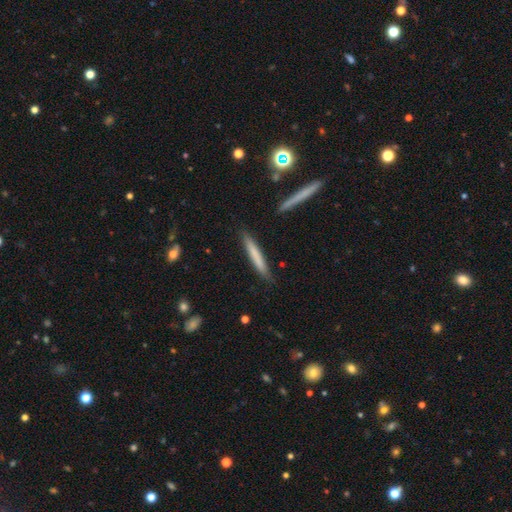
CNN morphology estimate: Q: Smooth or featured?
A: smooth (68%); runner-up: featured or disk (26%)
Q: How rounded?
A: cigar-shaped (95%); runner-up: in between (3%)
Q: Merging?
A: none (87%); runner-up: minor disturbance (10%)